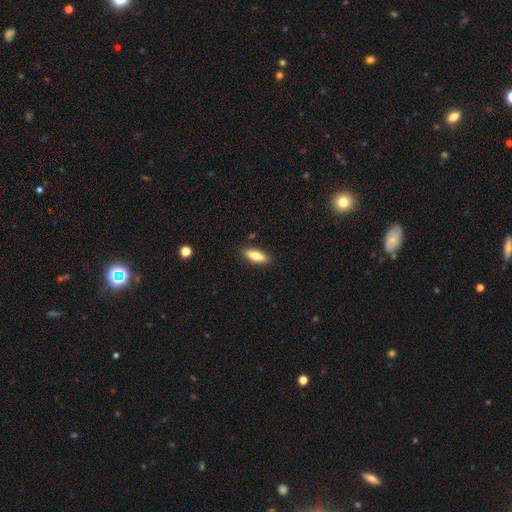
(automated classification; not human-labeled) Morphology: type=smooth (79%); roundness=in between (64%); merging=none (88%).